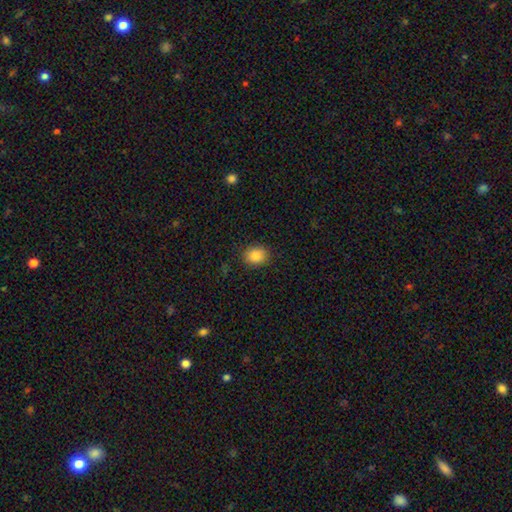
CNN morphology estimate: type=smooth (86%); roundness=round (60%); merging=none (88%).